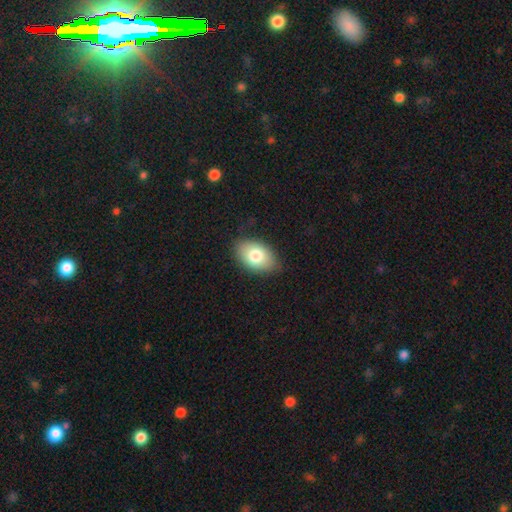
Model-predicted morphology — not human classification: Smooth or featured? smooth (79%)
How rounded? in between (90%)
Merging? none (82%)